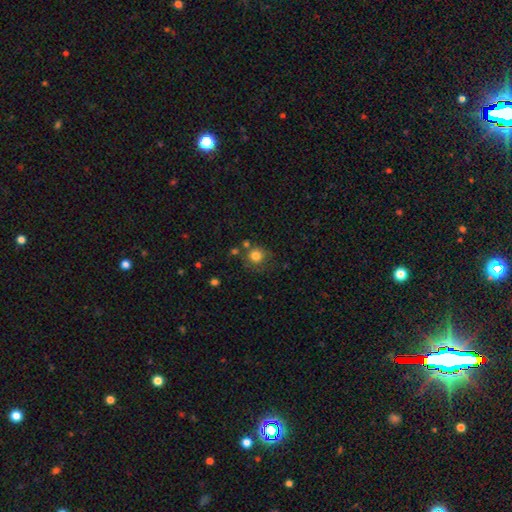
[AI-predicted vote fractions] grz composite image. It shows a smooth galaxy with no disk features (80%) that is round (89%). Merging: none (65%).